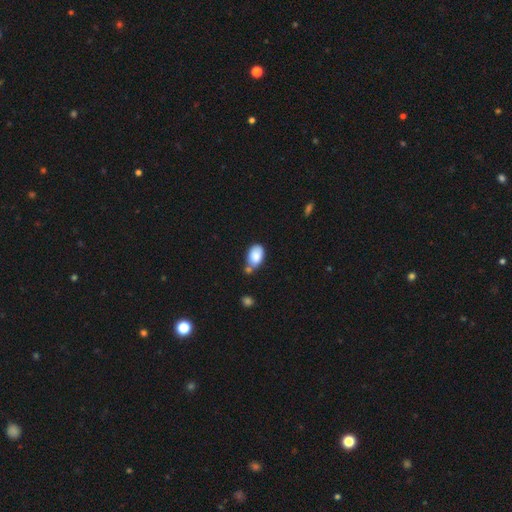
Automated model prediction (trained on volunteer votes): A smooth galaxy with no disk features (85%) that is in between round and cigar-shaped (91%).

Vote fractions:
- Smooth or featured? smooth: 85% / featured or disk: 7% / star or artifact: 7%
- How rounded? in between: 91% / round: 8% / cigar-shaped: 1%
- Merging? none: 47% / merger: 24% / minor disturbance: 23% / major disturbance: 6%